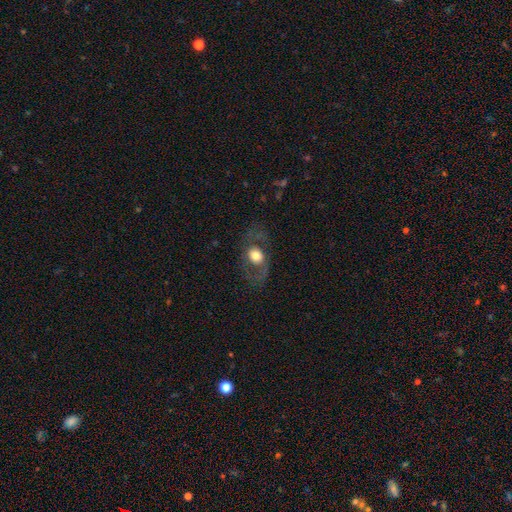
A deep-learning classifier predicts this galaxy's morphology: type=smooth (52%); roundness=round (49%, tied with in between); merging=none (68%).